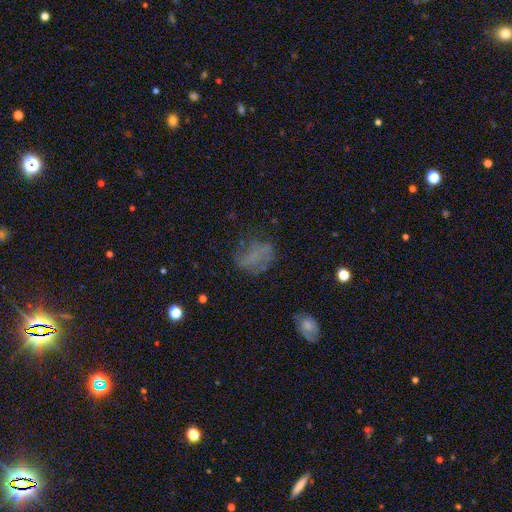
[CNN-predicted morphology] Smooth or featured? Predicted: smooth (p=0.44). Merging? Predicted: none (p=0.52).